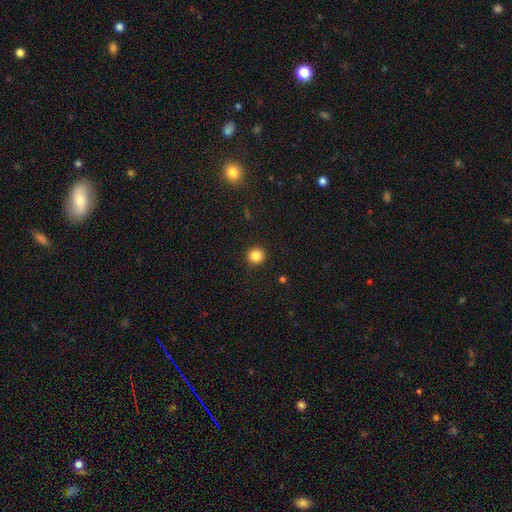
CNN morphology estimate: A smooth galaxy with no disk features (84%) that is round (94%). Merging: none (93%).